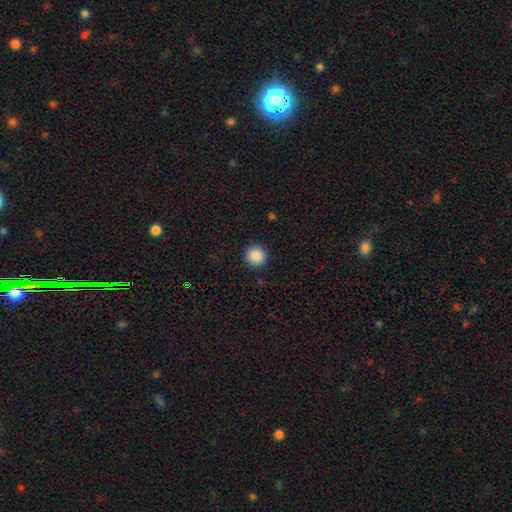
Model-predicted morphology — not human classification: This is clearly a smooth galaxy (89%). How rounded: clearly round (96%). Merging: clearly none (92%).